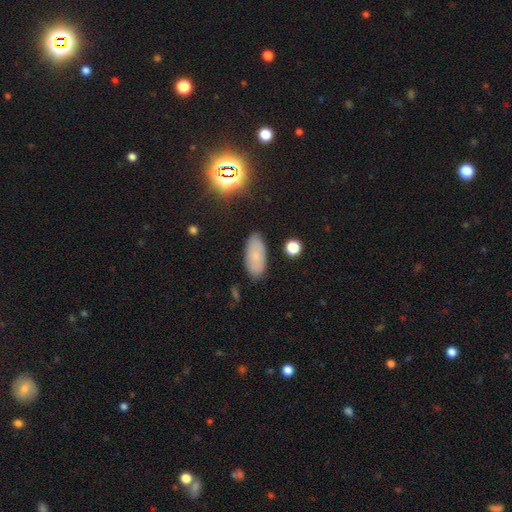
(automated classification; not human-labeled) This appears to be a smooth galaxy with no disk features (72%) that is in between round and cigar-shaped (90%). Merging: none (85%).